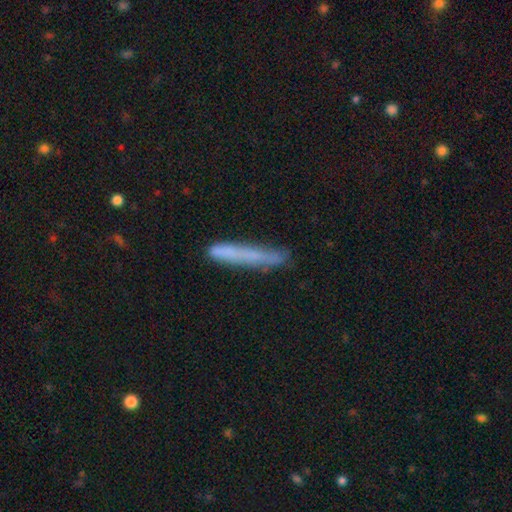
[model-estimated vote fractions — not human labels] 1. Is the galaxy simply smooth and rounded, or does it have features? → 68% smooth, 25% featured or disk, 7% star or artifact.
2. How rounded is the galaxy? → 93% cigar-shaped, 6% in between, 2% round.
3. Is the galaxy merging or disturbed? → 69% none, 21% minor disturbance, 6% major disturbance, 4% merger.